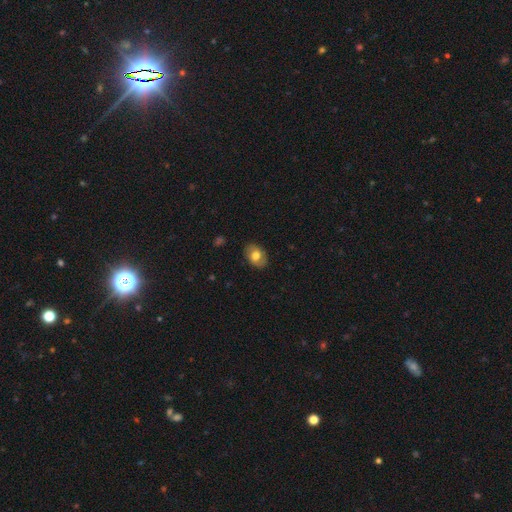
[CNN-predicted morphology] Smooth or featured: smooth — 71% (featured or disk — 21%)
How rounded: in between — 76% (round — 23%)
Merging: none — 84% (minor disturbance — 12%)